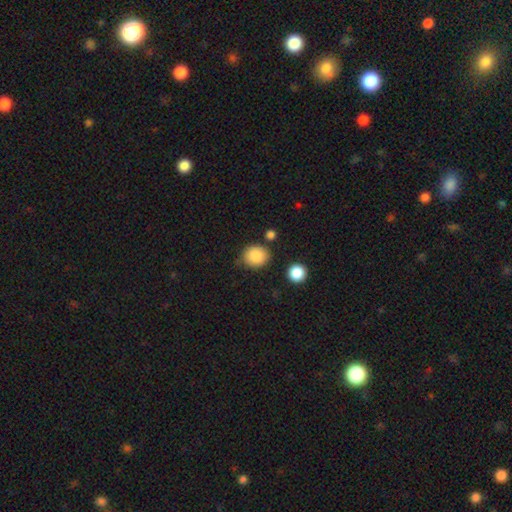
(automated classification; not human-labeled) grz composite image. It shows a smooth galaxy with no disk features (86%) that is round (76%). Merging: none (78%).